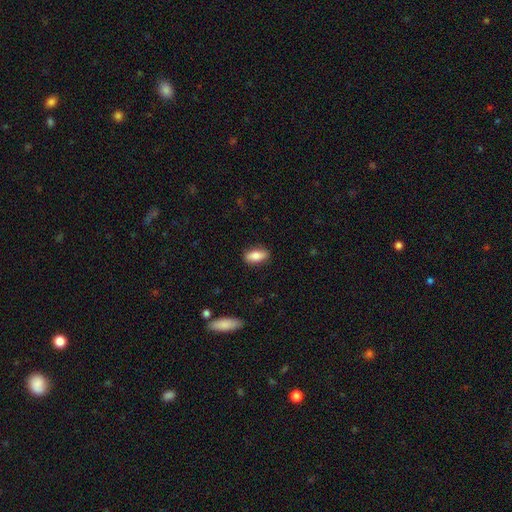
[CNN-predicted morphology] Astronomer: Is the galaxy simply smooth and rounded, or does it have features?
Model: smooth — 81%.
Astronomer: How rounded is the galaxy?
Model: in between — 82%.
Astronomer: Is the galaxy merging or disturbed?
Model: none — 85%.